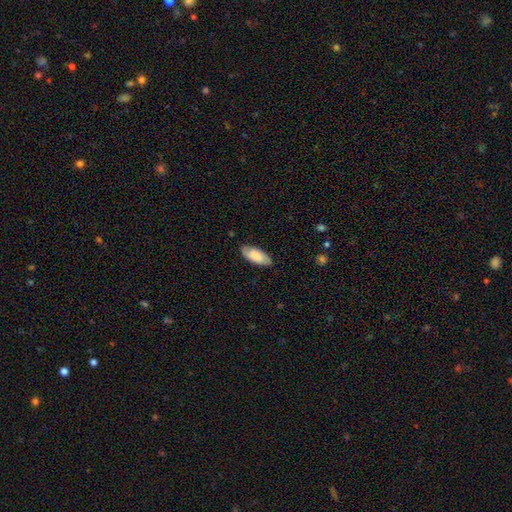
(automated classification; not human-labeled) Smooth or featured? smooth (73%)
How rounded? in between (84%)
Merging? none (81%)